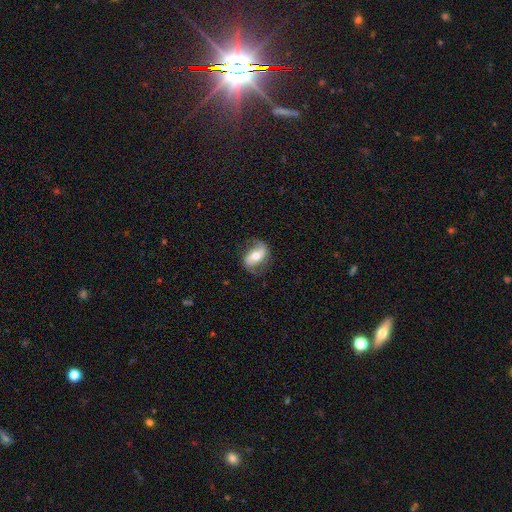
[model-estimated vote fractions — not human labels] Smooth or featured?
  - featured or disk: 72% *
  - smooth: 21%
  - star or artifact: 6%
Edge-on disk?
  - no: 95% *
  - yes: 5%
Bar?
  - no: 35% *
  - strong: 34%
  - weak: 32%
Spiral arms?
  - yes: 89% *
  - no: 11%
Spiral winding?
  - loose: 56% *
  - medium: 32%
  - tight: 12%
Spiral arm count?
  - 2: 89% *
  - can't tell: 4%
  - 1: 4%
  - 3: 1%
  - 4: 1%
  - more than 4: 1%
Bulge size?
  - moderate: 68% *
  - small: 22%
  - large: 8%
  - dominant: 1%
  - none: 1%
Merging?
  - none: 74% *
  - minor disturbance: 17%
  - major disturbance: 8%
  - merger: 1%